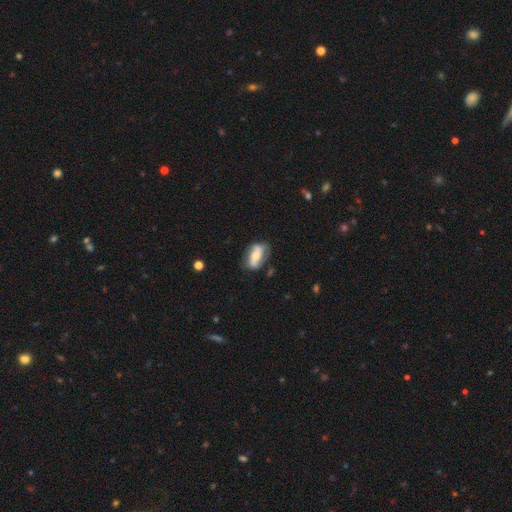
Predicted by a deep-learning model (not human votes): Smooth or featured? featured or disk (53%)
Edge-on disk? no (89%)
Merging? none (68%)